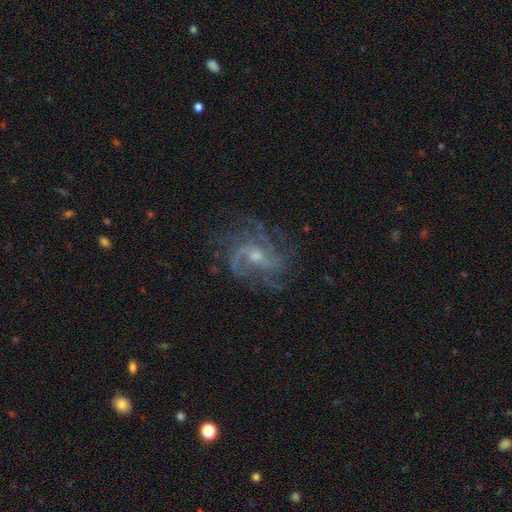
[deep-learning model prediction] Smooth or featured? featured or disk (86%)
Edge-on disk? no (97%)
Bar? no (53%)
Spiral arms? yes (95%)
Spiral winding? medium (49%)
Spiral arm count? 3 (29%)
Bulge size? moderate (48%)
Merging? none (68%)